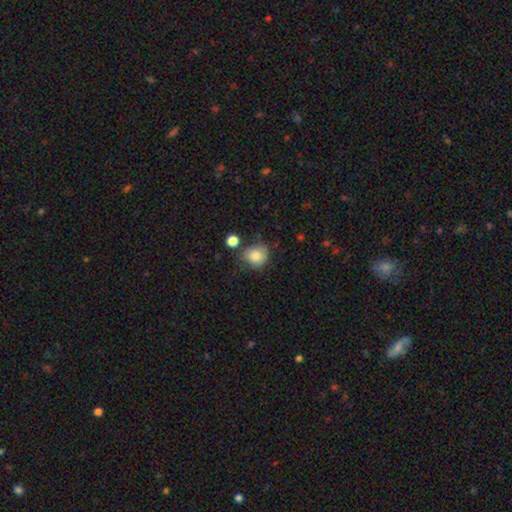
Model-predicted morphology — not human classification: A smooth galaxy with no disk features (82%) that is round (75%). Merging: none (62%).